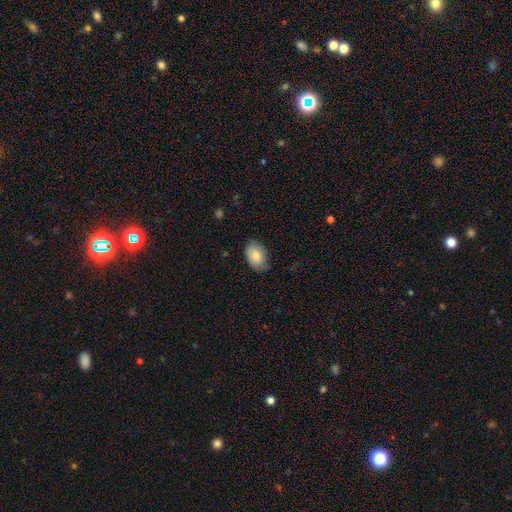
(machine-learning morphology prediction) Overall: smooth (79%). How rounded: in between (87%). Merging: none (66%; minor disturbance 28%).